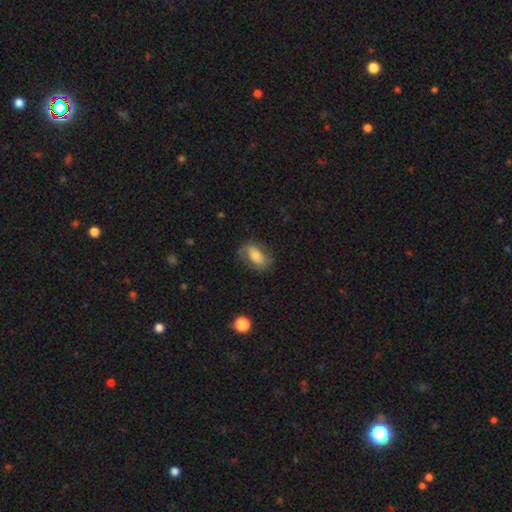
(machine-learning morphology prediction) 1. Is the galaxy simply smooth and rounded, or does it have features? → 60% smooth, 32% featured or disk, 8% star or artifact.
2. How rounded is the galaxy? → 88% in between, 8% round, 4% cigar-shaped.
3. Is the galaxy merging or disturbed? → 66% none, 22% minor disturbance, 11% major disturbance, 1% merger.